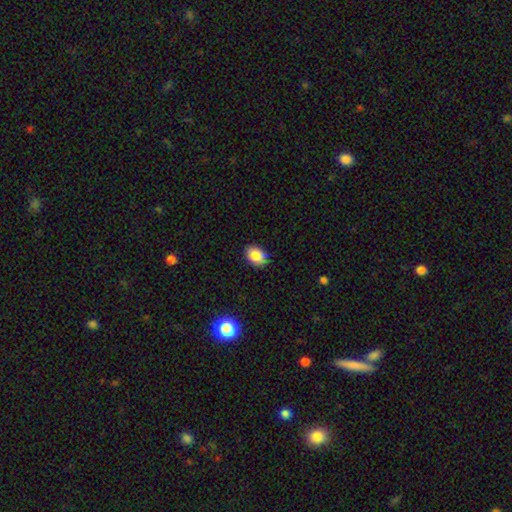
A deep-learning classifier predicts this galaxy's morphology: Q: Smooth or featured?
A: smooth (85%); runner-up: star or artifact (9%)
Q: How rounded?
A: in between (80%); runner-up: round (19%)
Q: Merging?
A: none (79%); runner-up: minor disturbance (17%)